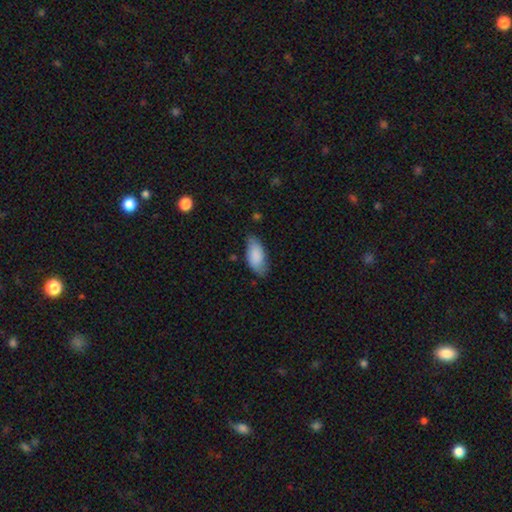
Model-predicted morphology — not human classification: Smooth or featured? Predicted: smooth (p=0.84). How rounded? Predicted: in between (p=0.91). Merging? Predicted: none (p=0.67).